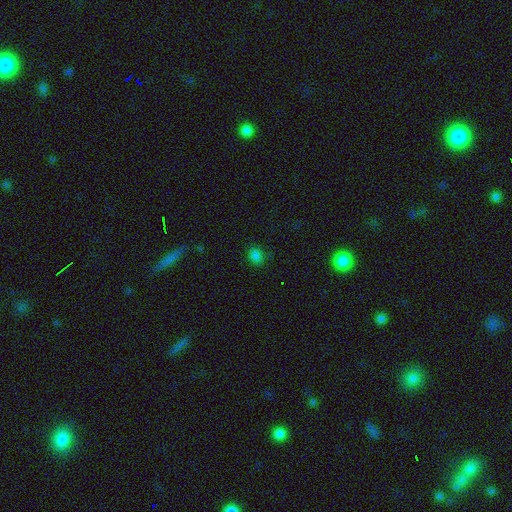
smooth 82%, star or artifact 12%, featured or disk 5%. Down the decision tree: how rounded — in between (55%); merging — none (80%).